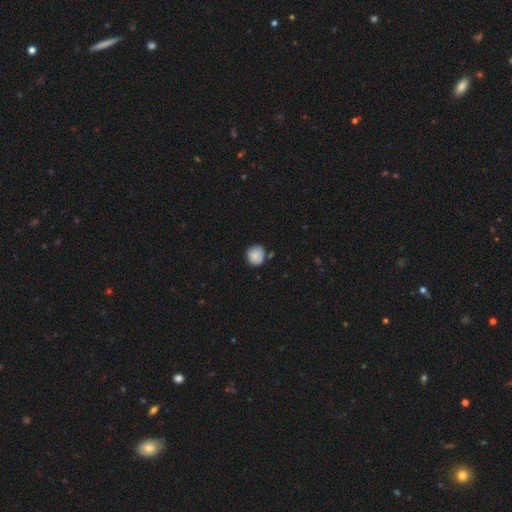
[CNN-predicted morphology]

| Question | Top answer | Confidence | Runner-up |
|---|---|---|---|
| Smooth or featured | smooth | 83% | featured or disk (9%) |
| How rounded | round | 87% | in between (12%) |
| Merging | none | 74% | minor disturbance (19%) |